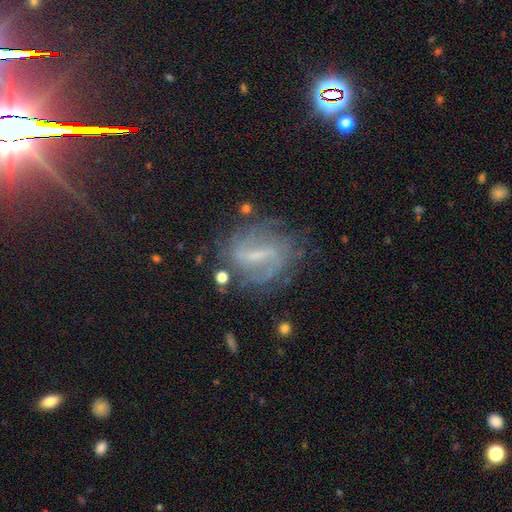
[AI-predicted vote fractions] Smooth or featured? Predicted: featured or disk (p=0.78). Edge-on disk? Predicted: no (p=0.95). Bar? Predicted: weak (p=0.47). Spiral arms? Predicted: yes (p=0.89). Spiral winding? Predicted: medium (p=0.42). Spiral arm count? Predicted: 2 (p=0.55). Bulge size? Predicted: small (p=0.57). Merging? Predicted: none (p=0.69).